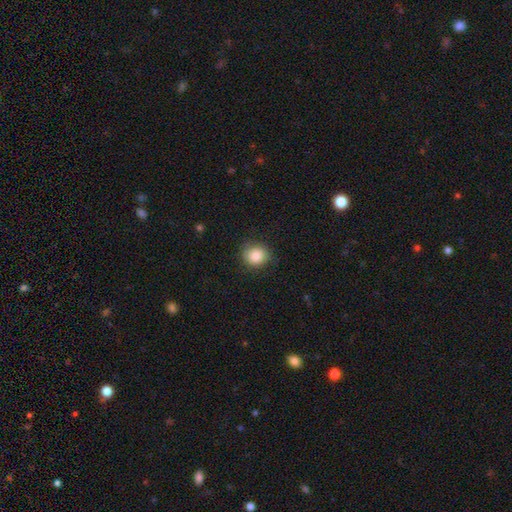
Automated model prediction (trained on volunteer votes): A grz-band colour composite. It shows a smooth galaxy with no disk features (86%) that is round (85%). Merging: none (82%).